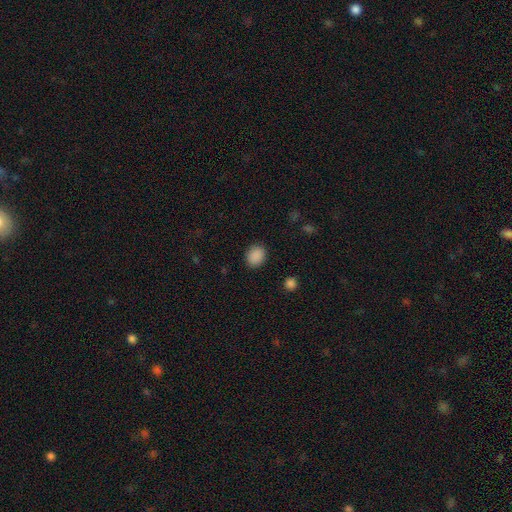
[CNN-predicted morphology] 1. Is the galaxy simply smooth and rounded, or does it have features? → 88% smooth, 9% star or artifact, 3% featured or disk.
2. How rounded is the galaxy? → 51% round, 48% in between, 1% cigar-shaped.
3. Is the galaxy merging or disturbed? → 89% none, 8% minor disturbance, 2% major disturbance, 1% merger.